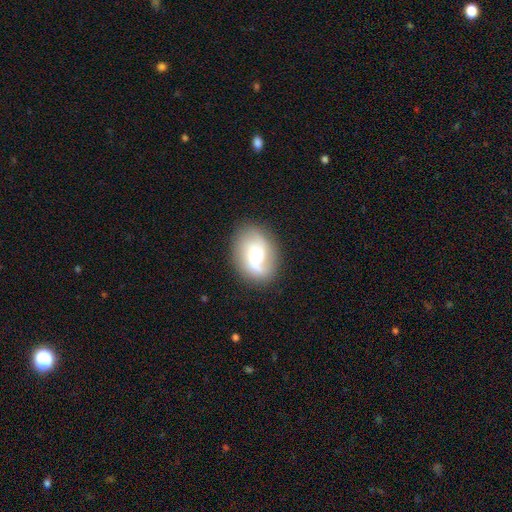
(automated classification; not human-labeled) This is likely a featured or disk galaxy (64%). It is clearly not viewed edge-on (96%). Bar: possibly no (54%). Spiral arm pattern: clearly yes (91%). Spiral arm count: likely 2 (66%). Spiral winding: marginally loose (43%). Central bulge: possibly moderate (52%). Merging: likely none (79%).